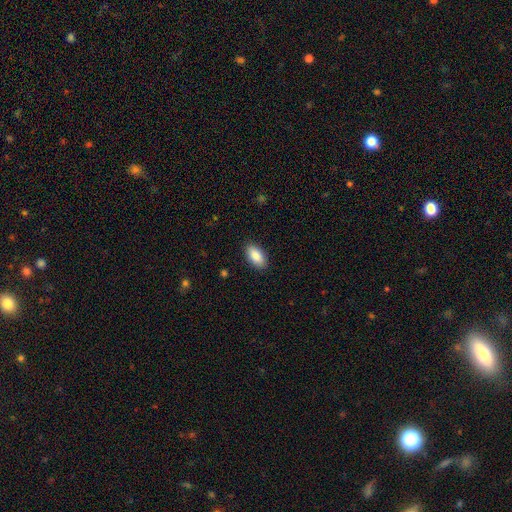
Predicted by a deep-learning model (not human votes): Smooth or featured? Predicted: smooth (p=0.88). How rounded? Predicted: in between (p=0.93). Merging? Predicted: none (p=0.89).